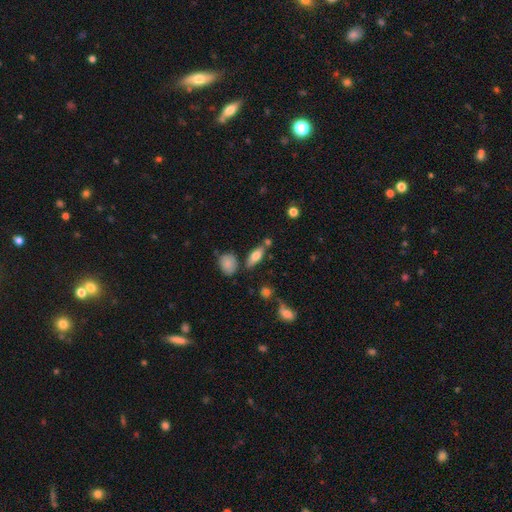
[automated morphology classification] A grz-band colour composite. It shows a smooth galaxy with no disk features (64%) that is in between round and cigar-shaped (66%). Merging: none (72%).